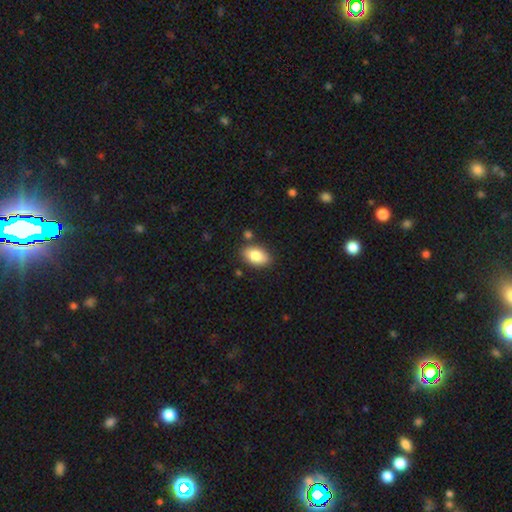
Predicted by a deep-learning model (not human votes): A smooth galaxy with no disk features (84%) that is in between round and cigar-shaped (92%).

Vote fractions:
- Smooth or featured? smooth: 84% / featured or disk: 9% / star or artifact: 7%
- How rounded? in between: 92% / round: 6% / cigar-shaped: 2%
- Merging? none: 82% / minor disturbance: 11% / merger: 5% / major disturbance: 3%